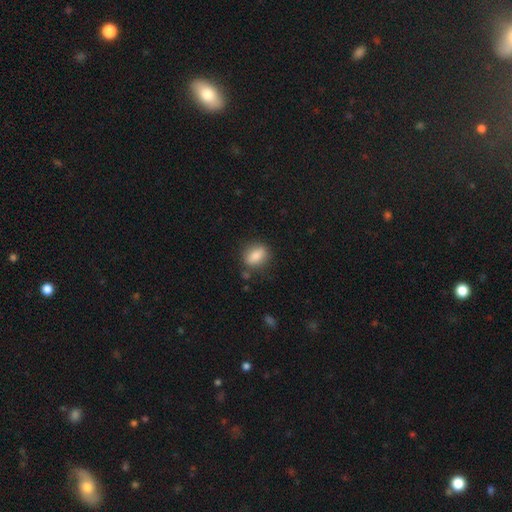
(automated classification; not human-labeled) A smooth galaxy with no disk features (84%) that is in between round and cigar-shaped (73%). Merging: none (79%).